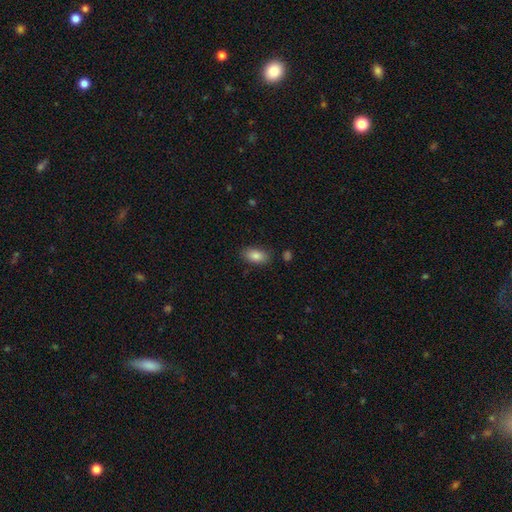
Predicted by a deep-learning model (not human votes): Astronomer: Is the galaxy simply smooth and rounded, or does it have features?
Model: smooth — 85%.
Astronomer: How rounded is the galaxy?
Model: in between — 91%.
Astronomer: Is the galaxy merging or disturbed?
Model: none — 83%.